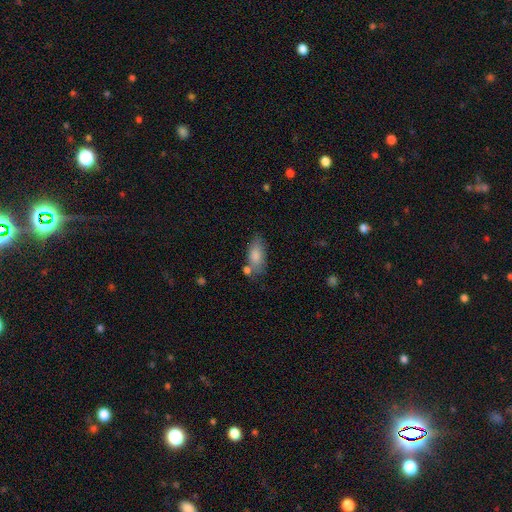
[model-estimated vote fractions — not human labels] Morphology: type=smooth (83%); roundness=in between (86%); merging=none (61%).